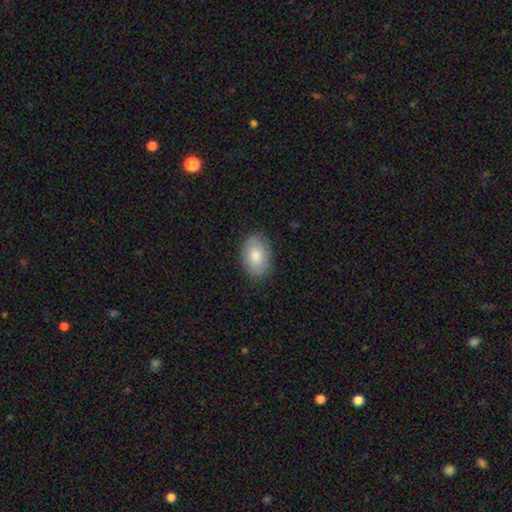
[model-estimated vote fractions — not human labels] A smooth galaxy with no disk features (73%) that is in between round and cigar-shaped (85%). Merging: none (82%).